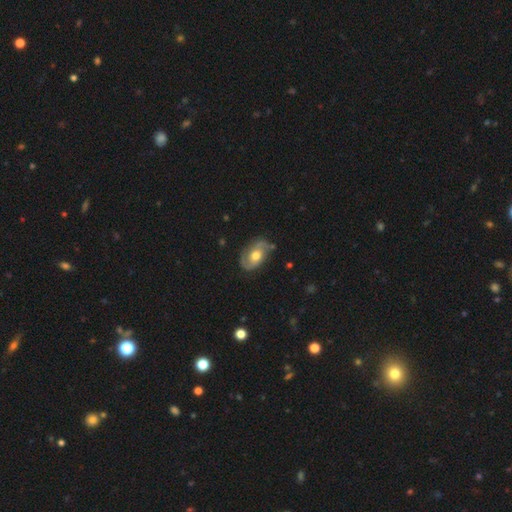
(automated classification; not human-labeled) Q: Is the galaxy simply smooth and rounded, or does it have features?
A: featured or disk — 78%.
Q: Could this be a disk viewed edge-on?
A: no — 96%.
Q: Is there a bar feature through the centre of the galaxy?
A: no — 65%.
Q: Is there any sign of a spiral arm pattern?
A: yes — 91%.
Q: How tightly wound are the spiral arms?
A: medium — 47%.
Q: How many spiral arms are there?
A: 2 — 88%.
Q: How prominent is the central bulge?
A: moderate — 73%.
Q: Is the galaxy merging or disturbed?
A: none — 74%.